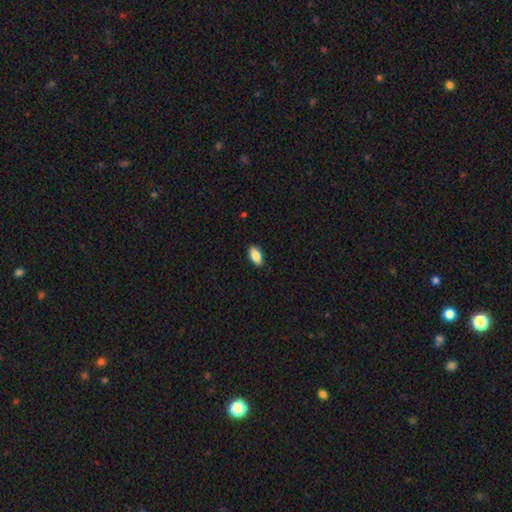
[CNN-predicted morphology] This appears to be a smooth galaxy with no disk features (88%) that is in between round and cigar-shaped (92%). Merging: none (90%).